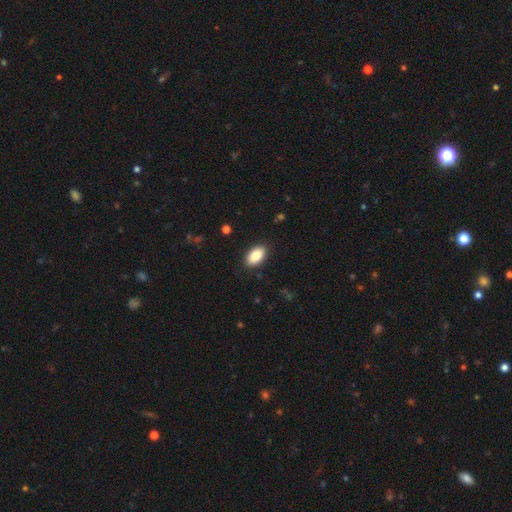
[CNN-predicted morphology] Smooth or featured? Predicted: smooth (p=0.85). How rounded? Predicted: in between (p=0.93). Merging? Predicted: none (p=0.89).